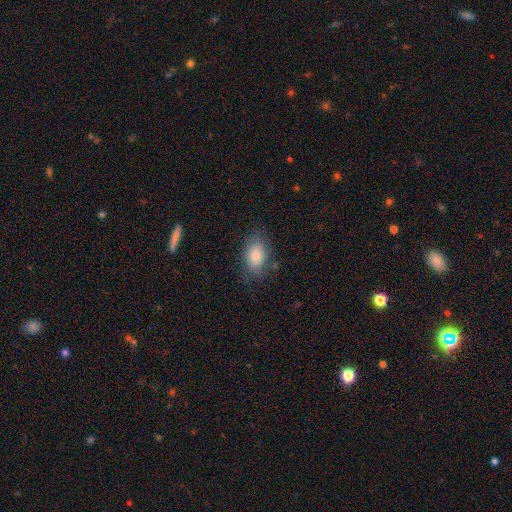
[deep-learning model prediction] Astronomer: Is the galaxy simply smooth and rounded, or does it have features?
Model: smooth — 82%.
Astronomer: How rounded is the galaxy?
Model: in between — 89%.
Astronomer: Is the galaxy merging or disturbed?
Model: none — 74%.